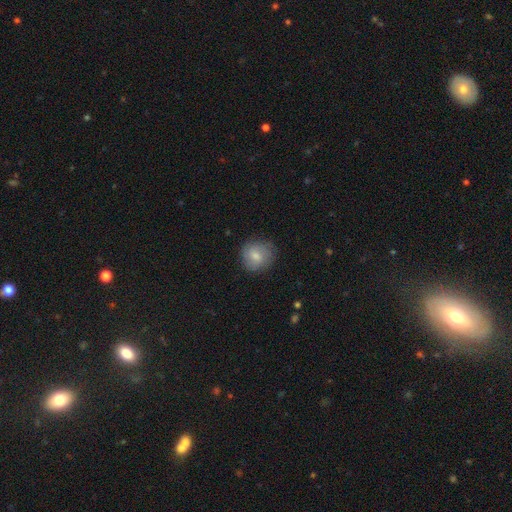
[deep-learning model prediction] A smooth galaxy with no disk features (78%) that is round (83%).

Vote fractions:
- Smooth or featured? smooth: 78% / featured or disk: 15% / star or artifact: 7%
- How rounded? round: 83% / in between: 16% / cigar-shaped: 1%
- Merging? none: 78% / minor disturbance: 17% / major disturbance: 5% / merger: 1%